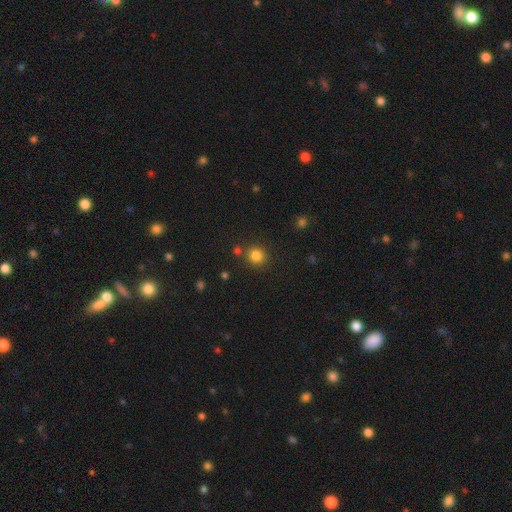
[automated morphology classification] This is clearly a smooth galaxy (83%). How rounded: clearly round (86%). Merging: clearly none (81%).